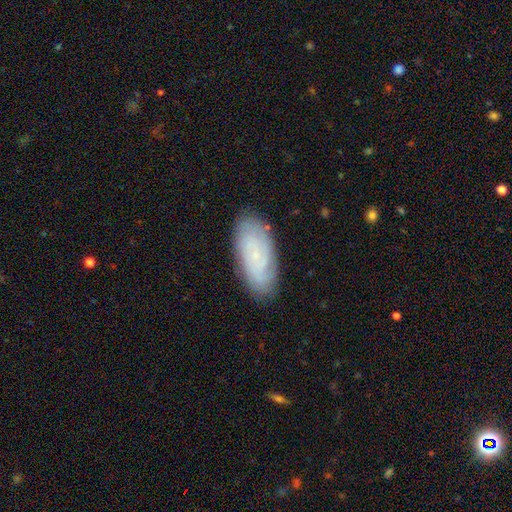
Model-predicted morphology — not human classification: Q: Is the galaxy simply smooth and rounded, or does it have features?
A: featured or disk — 54%.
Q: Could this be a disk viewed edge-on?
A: no — 91%.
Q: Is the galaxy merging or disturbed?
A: none — 82%.